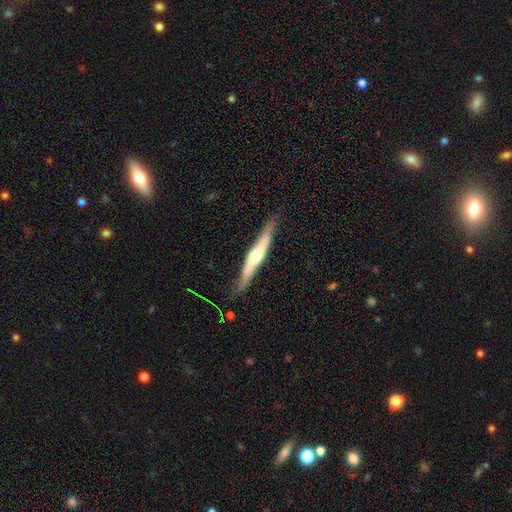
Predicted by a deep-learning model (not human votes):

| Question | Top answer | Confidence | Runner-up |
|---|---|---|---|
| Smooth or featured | featured or disk | 61% | smooth (34%) |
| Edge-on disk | yes | 90% | no (10%) |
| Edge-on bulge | rounded | 79% | none (13%) |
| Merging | none | 81% | minor disturbance (15%) |